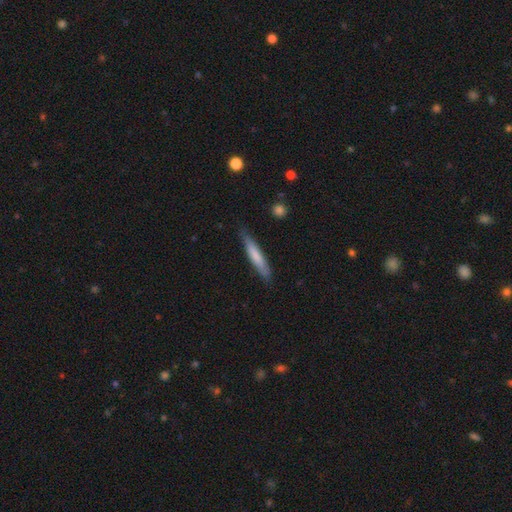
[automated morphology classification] Smooth or featured?
  - smooth: 70% *
  - featured or disk: 25%
  - star or artifact: 5%
How rounded?
  - cigar-shaped: 92% *
  - in between: 7%
  - round: 1%
Merging?
  - none: 83% *
  - minor disturbance: 13%
  - major disturbance: 2%
  - merger: 1%